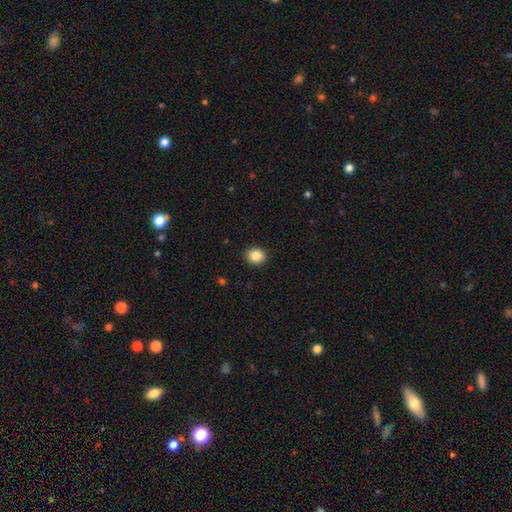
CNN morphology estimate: A smooth galaxy with no disk features (86%) that is round (77%). Merging: none (92%).